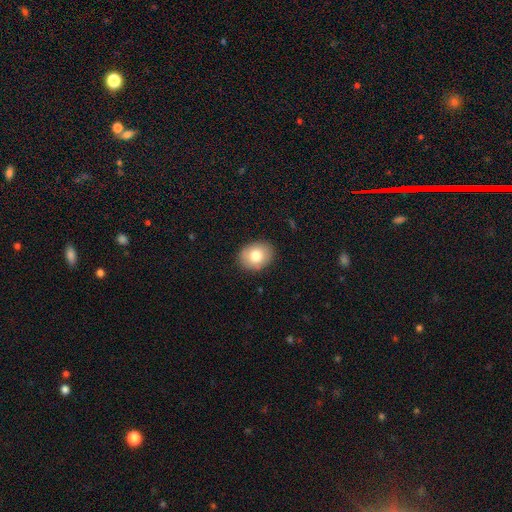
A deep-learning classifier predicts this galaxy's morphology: A smooth galaxy with no disk features (80%) that is in between round and cigar-shaped (60%).

Vote fractions:
- Smooth or featured? smooth: 80% / featured or disk: 12% / star or artifact: 8%
- How rounded? in between: 60% / round: 39% / cigar-shaped: 1%
- Merging? none: 88% / minor disturbance: 9% / major disturbance: 2% / merger: 1%